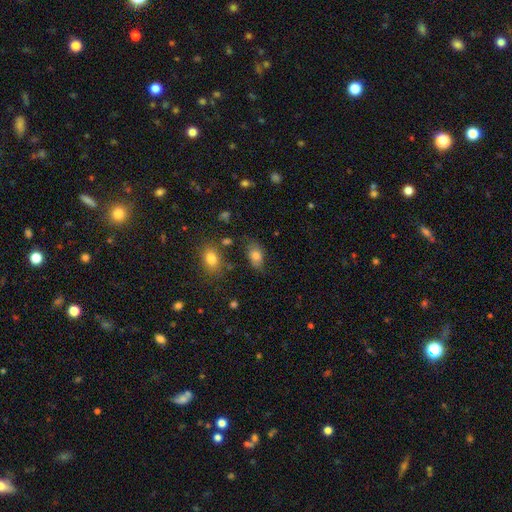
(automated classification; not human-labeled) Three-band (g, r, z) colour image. It shows a smooth galaxy with no disk features (74%) that is in between round and cigar-shaped (87%). Merging: none (63%).